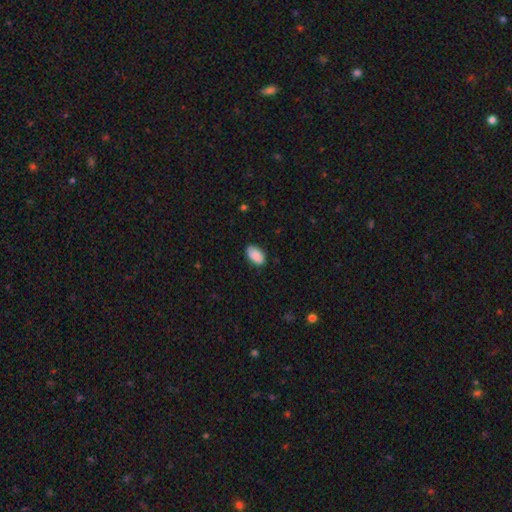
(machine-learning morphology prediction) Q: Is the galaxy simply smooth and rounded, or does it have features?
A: smooth — 90%.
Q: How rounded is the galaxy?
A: in between — 94%.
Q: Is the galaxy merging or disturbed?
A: none — 84%.